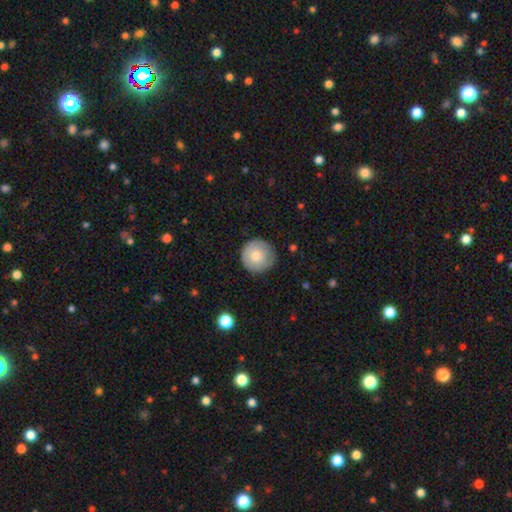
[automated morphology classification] A smooth galaxy with no disk features (75%) that is round (96%).

Vote fractions:
- Smooth or featured? smooth: 75% / featured or disk: 18% / star or artifact: 7%
- How rounded? round: 96% / in between: 3% / cigar-shaped: 1%
- Merging? none: 85% / minor disturbance: 12% / major disturbance: 2% / merger: 1%